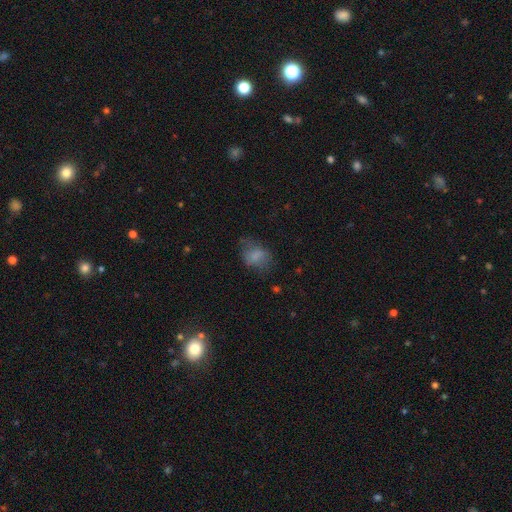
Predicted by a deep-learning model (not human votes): Smooth or featured? Predicted: smooth (p=0.71). How rounded? Predicted: in between (p=0.69). Merging? Predicted: none (p=0.49).